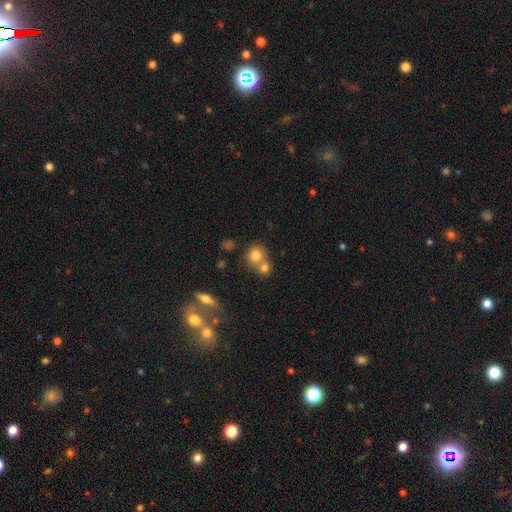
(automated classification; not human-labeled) smooth-or-featured: smooth: 76% | featured or disk: 13% | star or artifact: 11%
  how-rounded: round: 83% | in between: 16% | cigar-shaped: 1%
  merging: merger: 49% | none: 41% | minor disturbance: 7% | major disturbance: 3%